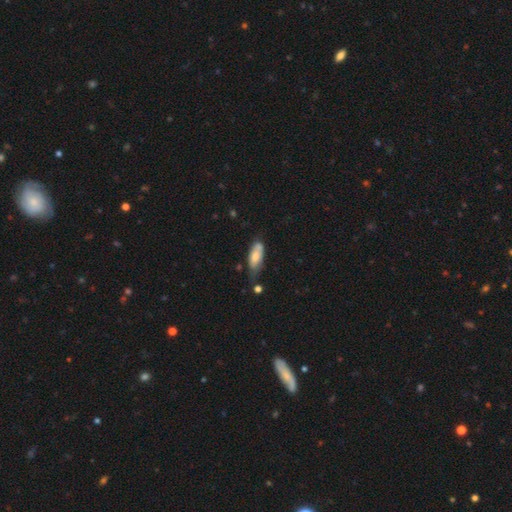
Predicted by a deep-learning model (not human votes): smooth-or-featured: smooth: 71% | featured or disk: 22% | star or artifact: 7%
  how-rounded: in between: 74% | cigar-shaped: 24% | round: 2%
  merging: none: 41% | minor disturbance: 35% | merger: 13% | major disturbance: 11%